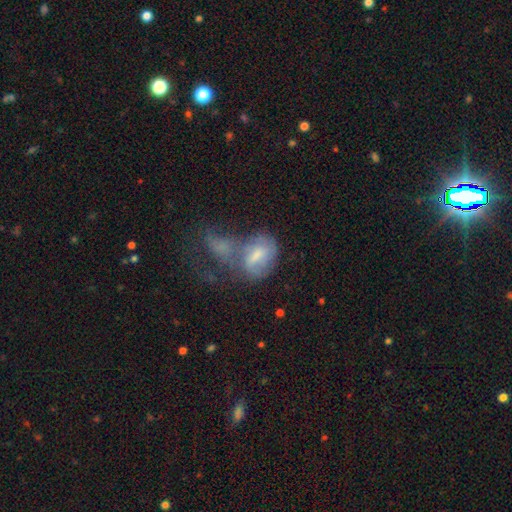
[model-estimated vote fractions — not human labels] This is possibly a smooth galaxy (45%, tied with featured or disk). Merging: possibly merger (51%).